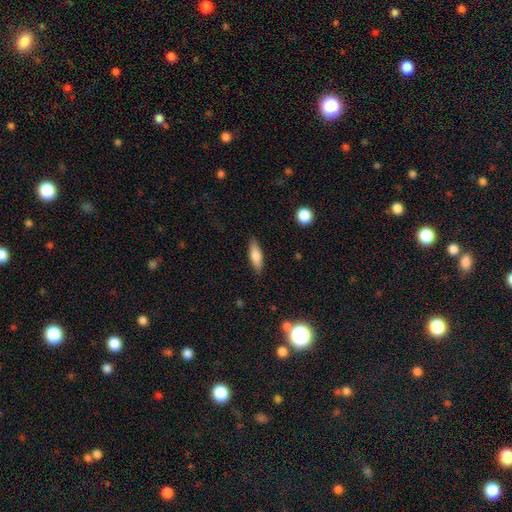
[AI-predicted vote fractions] Morphology: type=smooth (75%); roundness=cigar-shaped (49%); merging=none (85%).